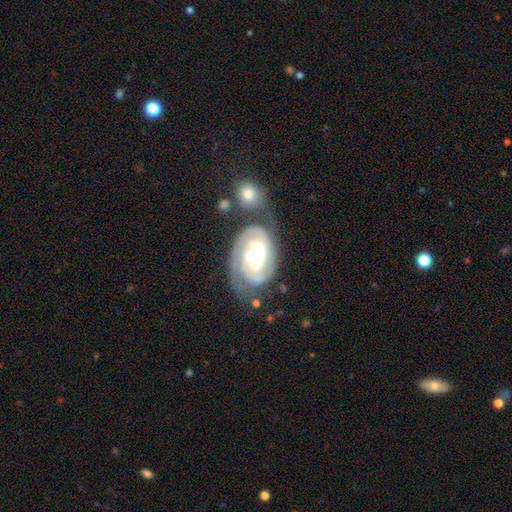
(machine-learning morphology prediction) type=featured or disk (87%); edge-on=no (97%); bar=no (57%); spiral arms=yes (97%); winding=tight (69%); arm count=2 (68%); bulge=small (45%); merging=none (57%).